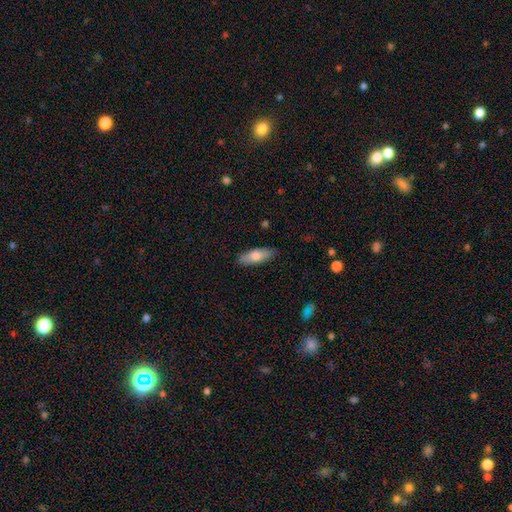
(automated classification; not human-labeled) The model was most divided on "how rounded": in between: 67%, cigar-shaped: 31%, round: 2%. More confident: merging — none (87%); smooth or featured — smooth (72%).